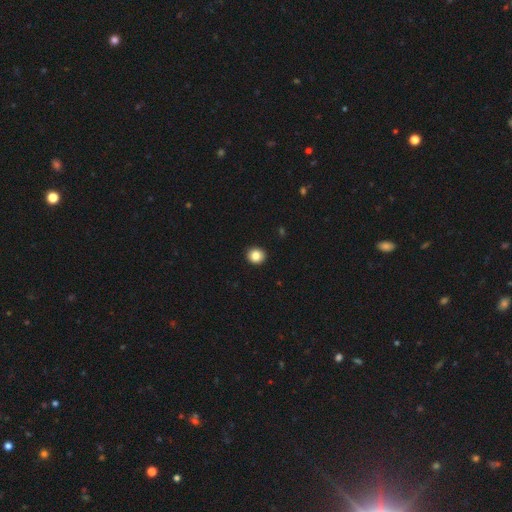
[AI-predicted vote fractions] Smooth or featured?
  - smooth: 85% *
  - star or artifact: 10%
  - featured or disk: 5%
How rounded?
  - round: 86% *
  - in between: 13%
  - cigar-shaped: 1%
Merging?
  - none: 93% *
  - minor disturbance: 5%
  - major disturbance: 1%
  - merger: 1%